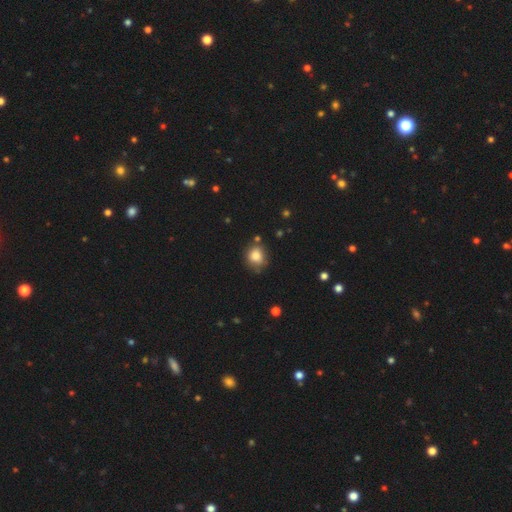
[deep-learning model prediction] This appears to be a smooth galaxy with no disk features (84%) that is round (72%). Merging: none (68%).